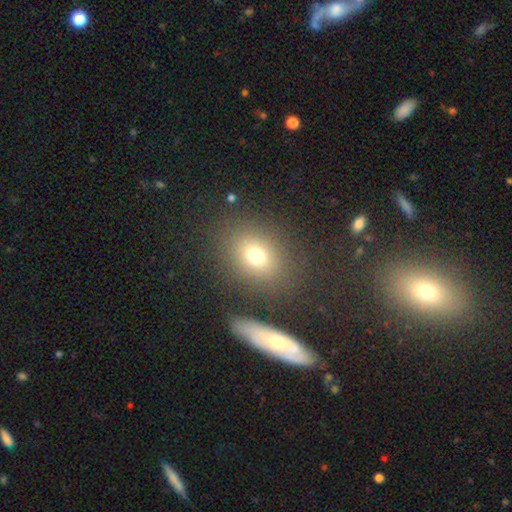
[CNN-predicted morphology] type=smooth (73%); roundness=round (52%); merging=none (80%).